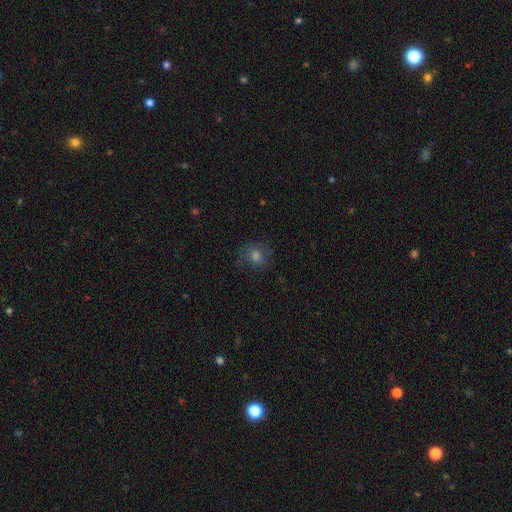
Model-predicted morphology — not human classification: Overall: smooth (59%; featured or disk 21%). How rounded: round (75%). Merging: none (75%).